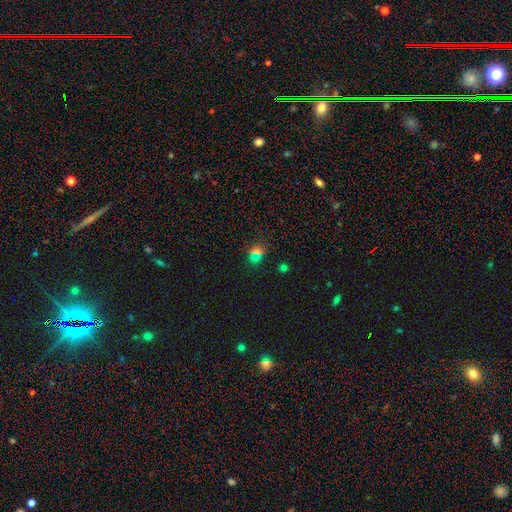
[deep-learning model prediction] A smooth galaxy with no disk features (59%) that is round (61%). Merging: none (80%).